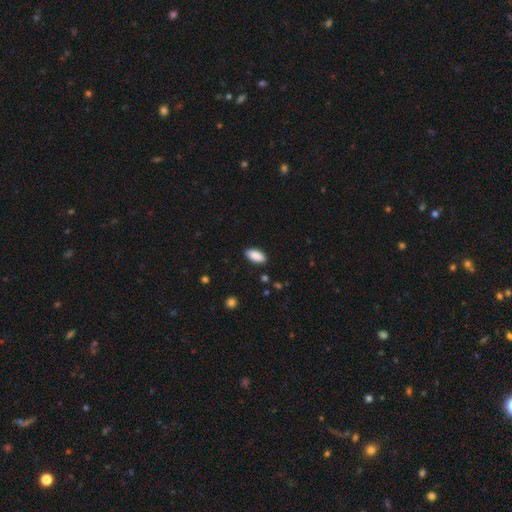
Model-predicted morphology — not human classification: This is clearly a smooth galaxy (89%). How rounded: clearly in between (89%). Merging: clearly none (89%).